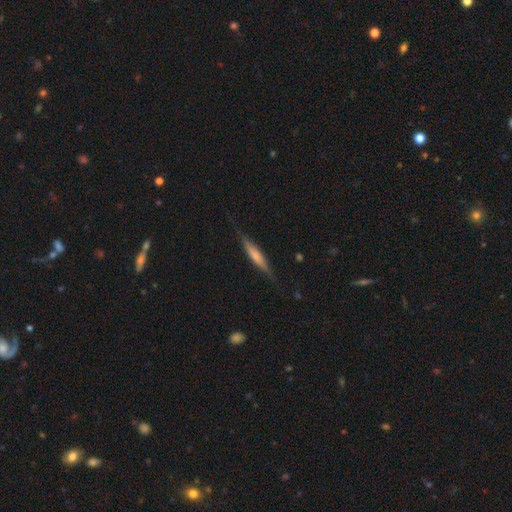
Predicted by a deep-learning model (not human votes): This appears to be a smooth galaxy with no disk features (49%). Merging: none (81%).